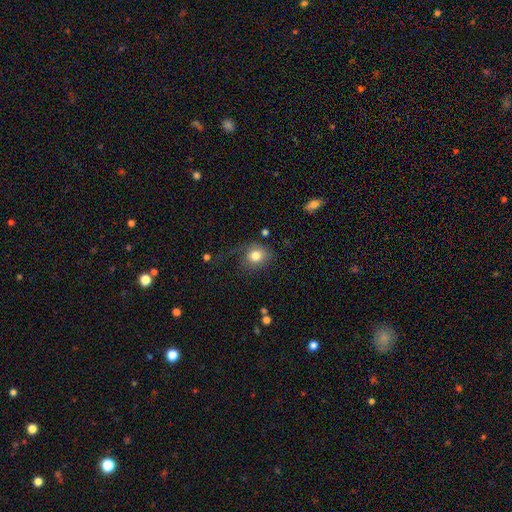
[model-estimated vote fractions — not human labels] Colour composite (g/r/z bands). It shows a smooth galaxy with no disk features (78%) that is round (69%). Merging: none (52%).